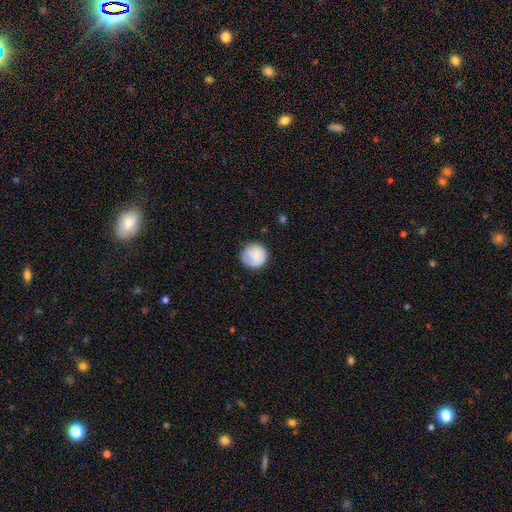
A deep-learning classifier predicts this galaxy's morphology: type=smooth (83%); roundness=round (94%); merging=none (81%).